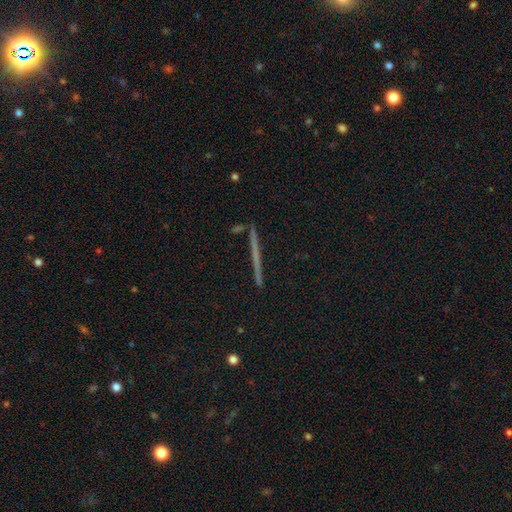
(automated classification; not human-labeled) This is possibly a featured or disk galaxy (58%). It is clearly viewed edge-on (97%). Edge-on bulge: clearly none (88%). Merging: clearly none (90%).